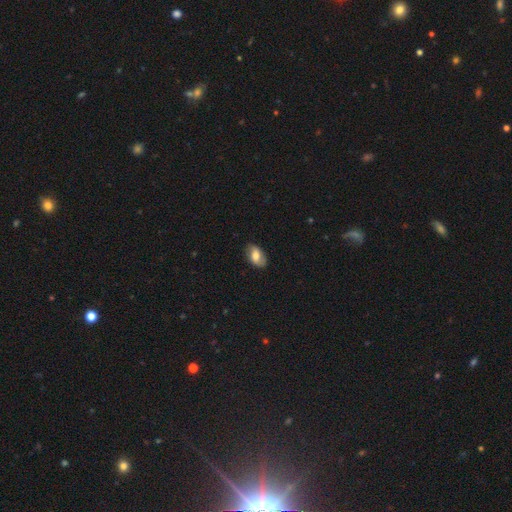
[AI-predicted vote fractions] Smooth or featured: smooth — 63% (featured or disk — 29%)
How rounded: in between — 90% (round — 8%)
Merging: none — 81% (minor disturbance — 15%)